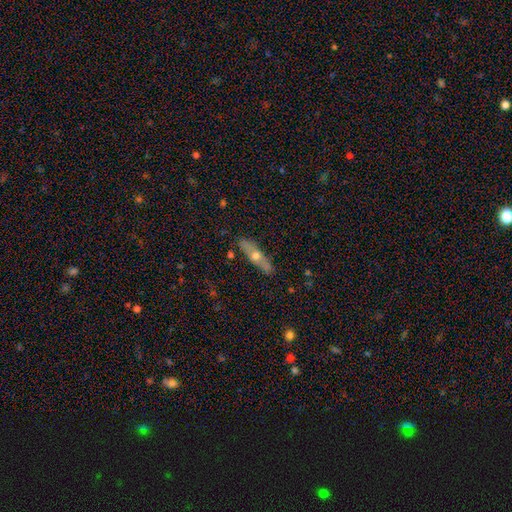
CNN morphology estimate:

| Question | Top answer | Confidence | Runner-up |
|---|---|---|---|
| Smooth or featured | featured or disk | 50% | smooth (44%) |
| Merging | none | 84% | minor disturbance (12%) |